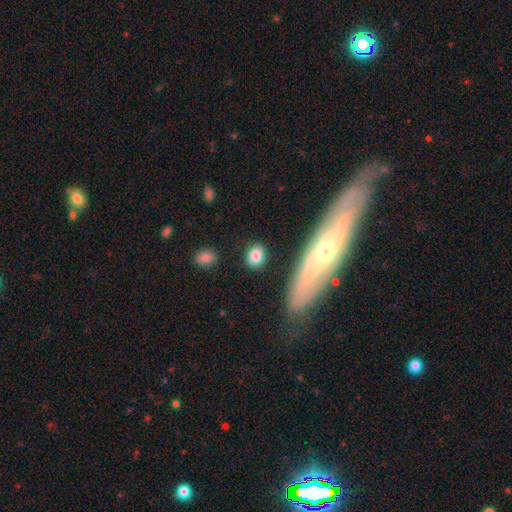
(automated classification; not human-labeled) Smooth or featured? smooth (84%)
How rounded? round (58%)
Merging? none (85%)